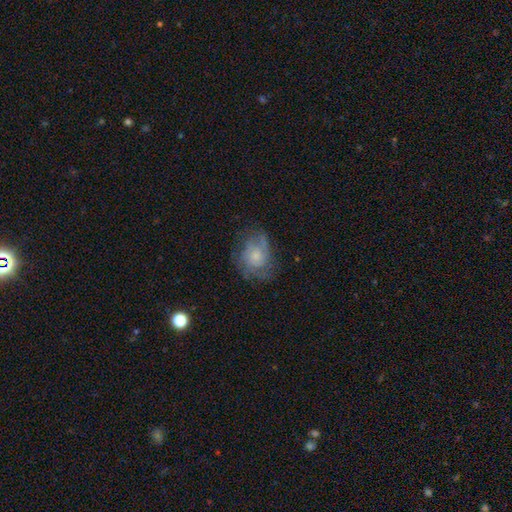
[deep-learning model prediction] Overall: featured or disk (56%; smooth 34%). Edge-on disk: no (97%). Bar: no (81%). Spiral arms: yes (77%). Bulge size: small (42%; moderate 37%). Merging: none (58%; minor disturbance 24%).